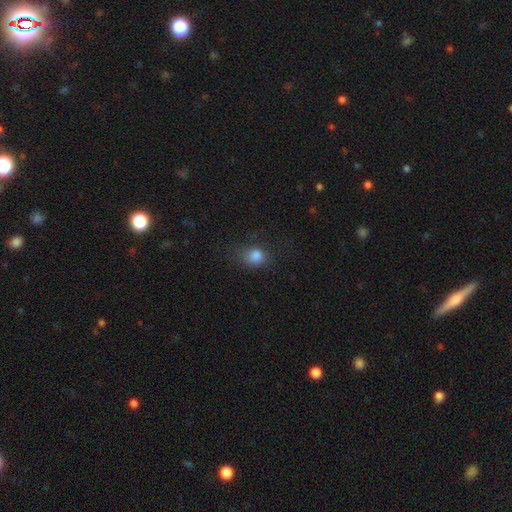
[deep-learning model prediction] Q: Smooth or featured?
A: smooth (82%); runner-up: star or artifact (12%)
Q: How rounded?
A: round (65%); runner-up: in between (34%)
Q: Merging?
A: none (62%); runner-up: minor disturbance (24%)